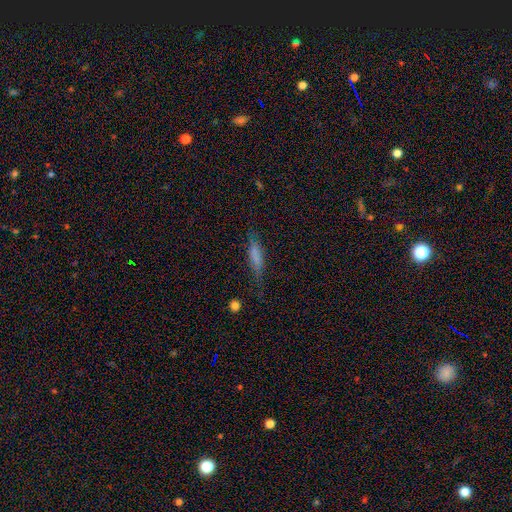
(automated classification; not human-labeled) This is likely a smooth galaxy (67%). How rounded: likely cigar-shaped (73%). Merging: likely none (68%).